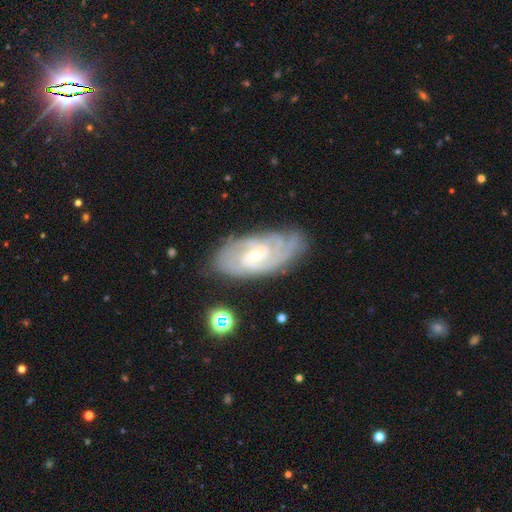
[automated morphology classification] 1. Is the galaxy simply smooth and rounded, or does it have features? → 86% featured or disk, 8% smooth, 6% star or artifact.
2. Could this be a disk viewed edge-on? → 95% no, 5% yes.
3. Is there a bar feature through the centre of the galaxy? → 49% weak, 39% no, 12% strong.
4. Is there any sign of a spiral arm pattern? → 97% yes, 3% no.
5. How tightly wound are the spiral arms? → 63% tight, 32% medium, 5% loose.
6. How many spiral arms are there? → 29% 2, 25% 3, 22% can't tell, 13% 4, 5% more than 4, 5% 1.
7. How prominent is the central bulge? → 69% small, 26% moderate, 3% none, 1% large, 1% dominant.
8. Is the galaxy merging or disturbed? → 76% none, 18% minor disturbance, 5% major disturbance, 2% merger.